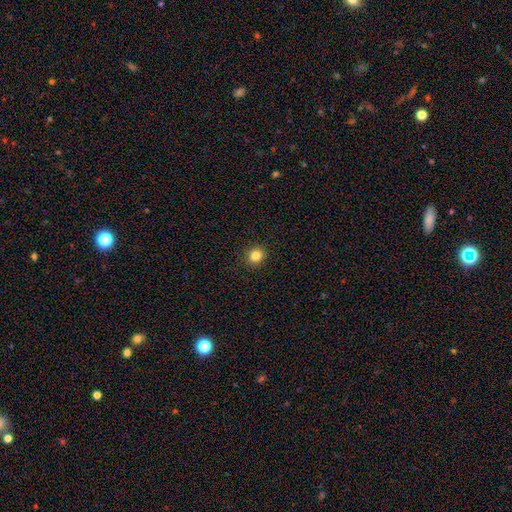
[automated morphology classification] This is clearly a smooth galaxy (83%). How rounded: clearly round (85%). Merging: clearly none (92%).